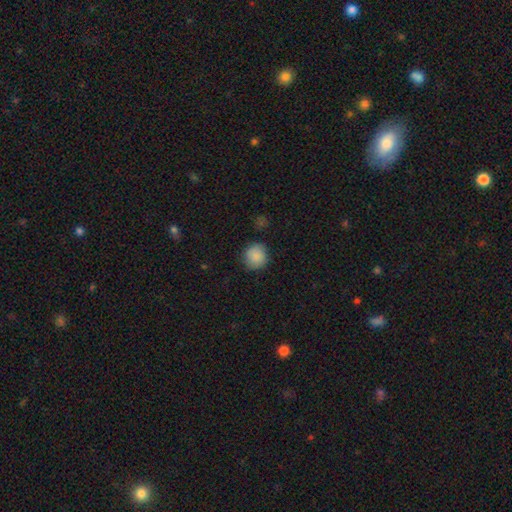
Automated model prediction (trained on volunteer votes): A smooth galaxy with no disk features (86%) that is round (91%).

Vote fractions:
- Smooth or featured? smooth: 86% / star or artifact: 8% / featured or disk: 6%
- How rounded? round: 91% / in between: 8% / cigar-shaped: 1%
- Merging? none: 82% / minor disturbance: 13% / major disturbance: 3% / merger: 2%